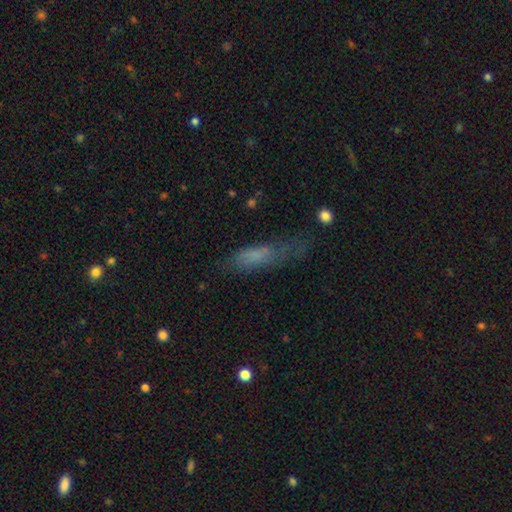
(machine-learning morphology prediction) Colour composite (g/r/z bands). It shows a smooth galaxy with no disk features (64%) that is cigar-shaped (62%). Merging: none (46%).